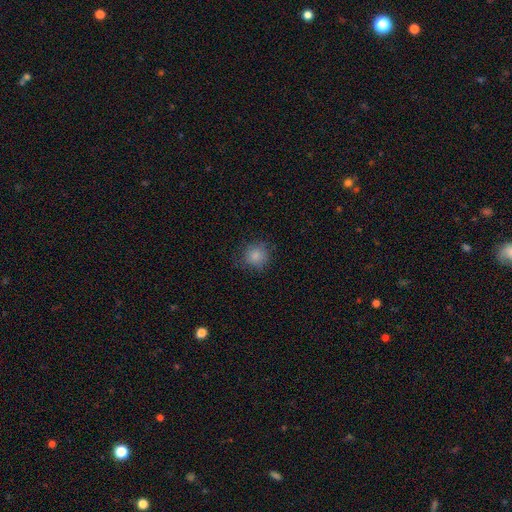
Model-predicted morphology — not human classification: Smooth or featured? smooth (83%)
How rounded? round (87%)
Merging? none (78%)